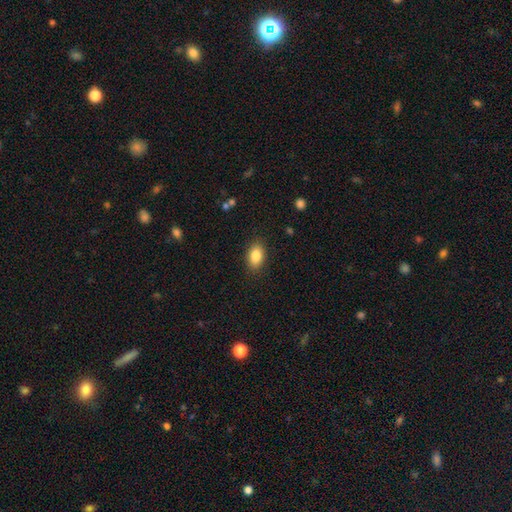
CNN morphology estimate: This is clearly a smooth galaxy (86%). How rounded: clearly in between (90%). Merging: clearly none (87%).